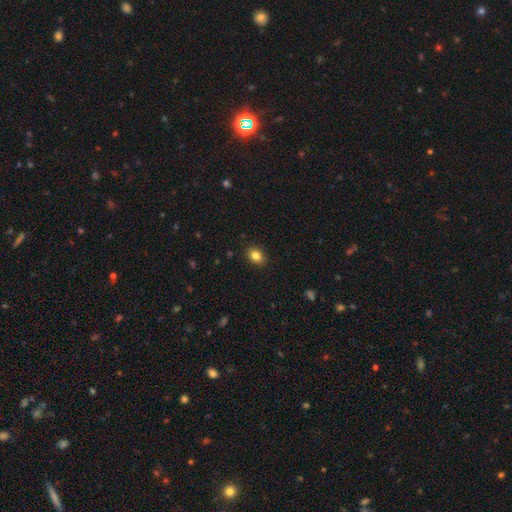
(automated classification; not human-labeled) The model was most divided on "how rounded": in between: 60%, round: 39%, cigar-shaped: 1%. More confident: merging — none (89%); smooth or featured — smooth (84%).